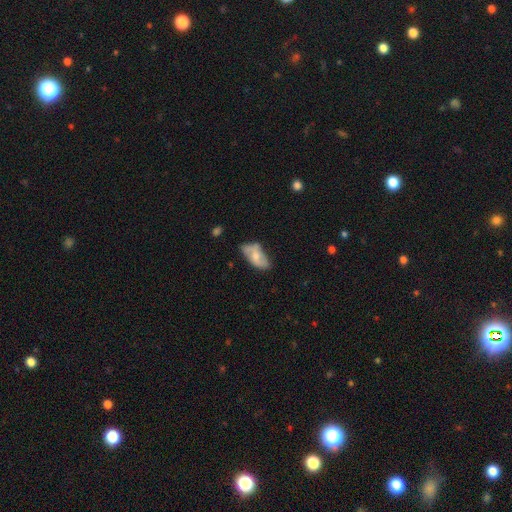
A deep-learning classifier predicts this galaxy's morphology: Overall: smooth (55%; featured or disk 38%). How rounded: in between (92%). Merging: none (50%; minor disturbance 34%).